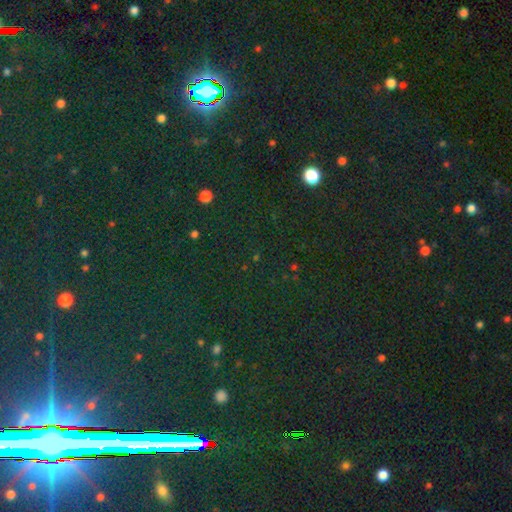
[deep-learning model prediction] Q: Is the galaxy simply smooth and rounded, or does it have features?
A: star or artifact — 80%.